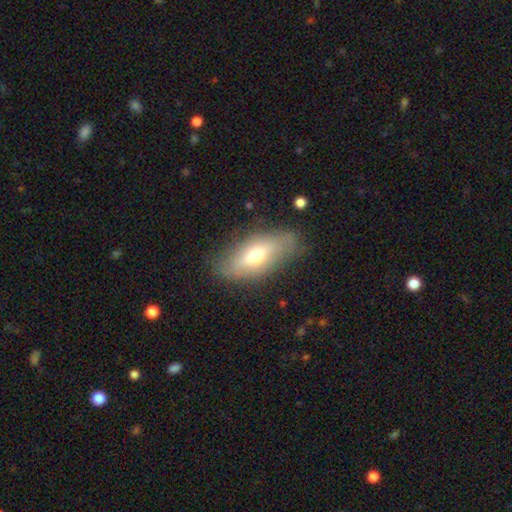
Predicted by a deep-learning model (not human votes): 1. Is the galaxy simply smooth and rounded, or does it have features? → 54% smooth, 37% featured or disk, 8% star or artifact.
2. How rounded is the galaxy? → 80% in between, 15% cigar-shaped, 5% round.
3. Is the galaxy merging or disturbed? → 75% none, 17% minor disturbance, 7% major disturbance, 2% merger.